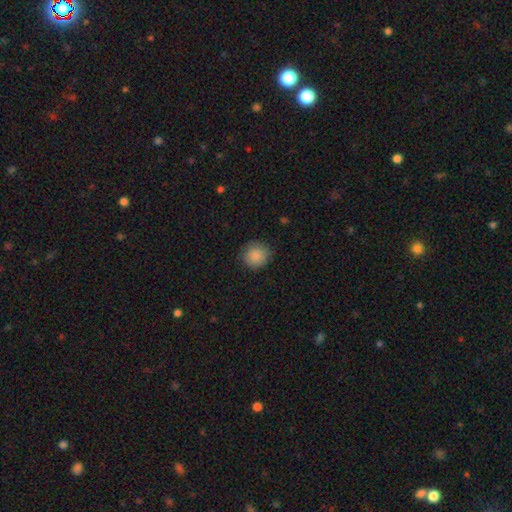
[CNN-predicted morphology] The model was most divided on "merging": none: 85%, minor disturbance: 11%, major disturbance: 3%, merger: 1%. More confident: how rounded — round (92%); smooth or featured — smooth (88%).